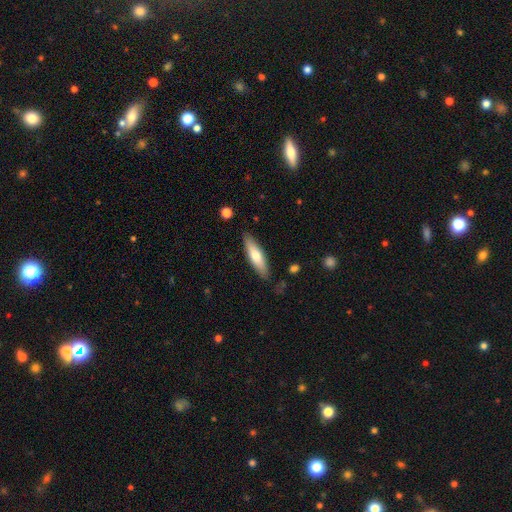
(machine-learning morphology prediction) smooth-or-featured: smooth: 67% | featured or disk: 28% | star or artifact: 5%
  how-rounded: cigar-shaped: 64% | in between: 35% | round: 2%
  merging: none: 86% | minor disturbance: 10% | major disturbance: 2% | merger: 2%